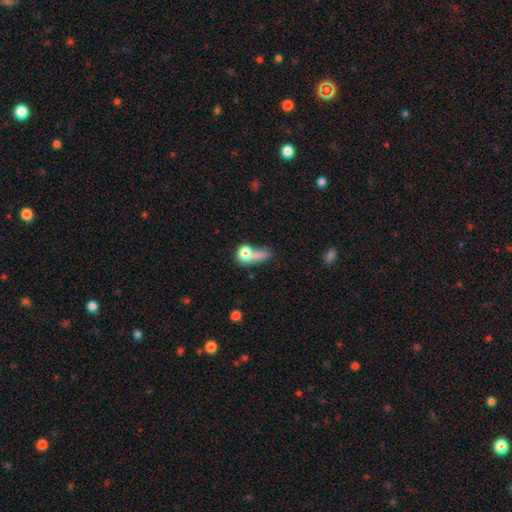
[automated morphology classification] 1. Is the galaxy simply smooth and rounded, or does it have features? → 71% smooth, 17% featured or disk, 11% star or artifact.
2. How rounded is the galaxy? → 47% in between, 43% round, 10% cigar-shaped.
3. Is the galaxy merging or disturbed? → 33% merger, 26% major disturbance, 25% none, 16% minor disturbance.